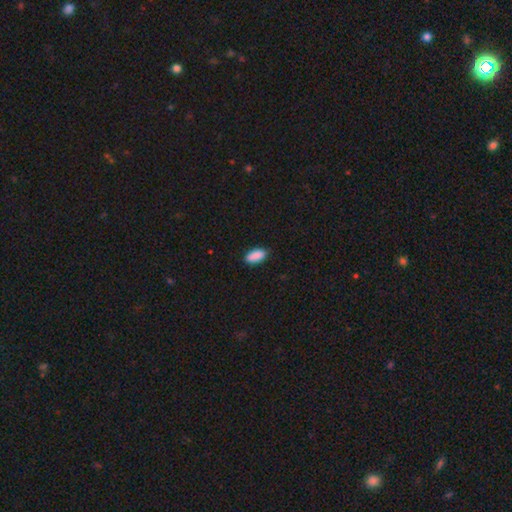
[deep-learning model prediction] This is clearly a smooth galaxy (90%). How rounded: clearly in between (88%). Merging: clearly none (85%).